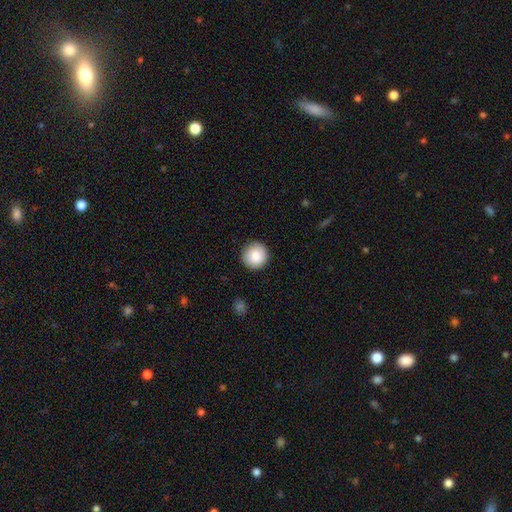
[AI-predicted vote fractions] This is clearly a smooth galaxy (84%). How rounded: clearly round (95%). Merging: clearly none (91%).